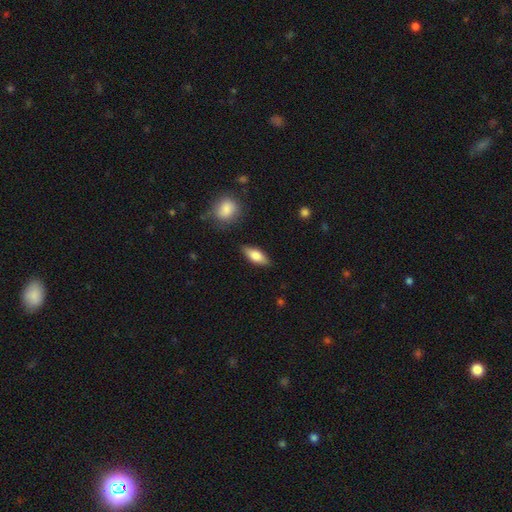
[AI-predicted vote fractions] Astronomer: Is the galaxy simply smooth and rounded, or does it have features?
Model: smooth — 73%.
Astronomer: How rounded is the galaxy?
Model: in between — 73%.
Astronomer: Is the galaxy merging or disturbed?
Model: none — 84%.